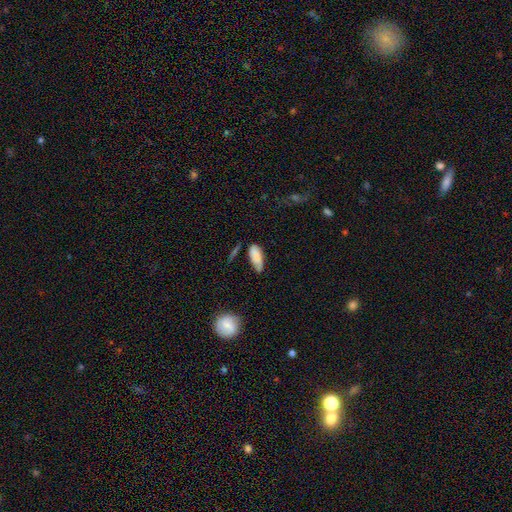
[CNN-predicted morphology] Smooth or featured? smooth (81%)
How rounded? in between (79%)
Merging? none (44%)